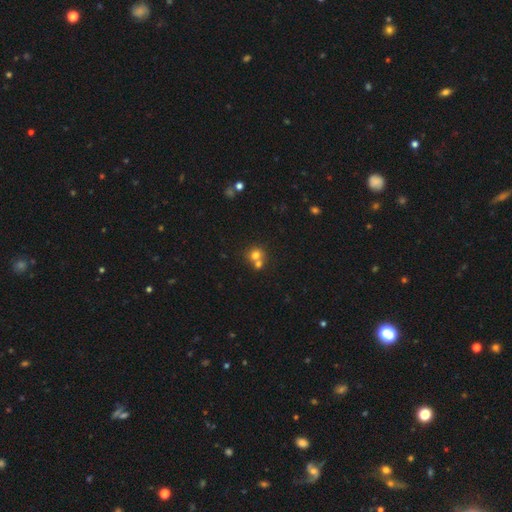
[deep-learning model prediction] The model was most divided on "merging": merger: 46%, none: 45%, minor disturbance: 6%, major disturbance: 3%. More confident: how rounded — round (83%); smooth or featured — smooth (73%).